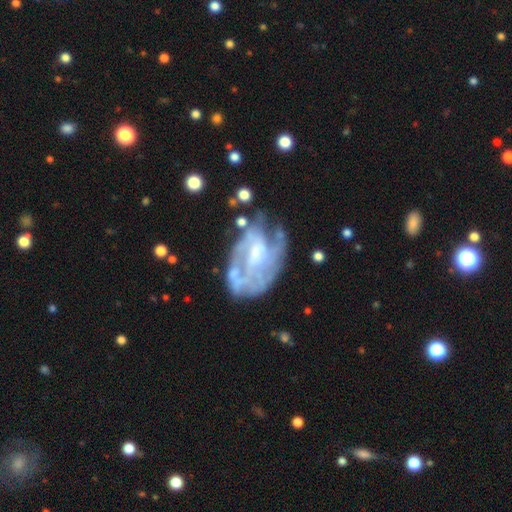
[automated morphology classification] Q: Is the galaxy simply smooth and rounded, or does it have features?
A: featured or disk — 77%.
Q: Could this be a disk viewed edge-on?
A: no — 97%.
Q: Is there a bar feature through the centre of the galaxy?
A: no — 52%.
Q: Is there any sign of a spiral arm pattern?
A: yes — 71%.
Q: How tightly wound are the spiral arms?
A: tight — 45%.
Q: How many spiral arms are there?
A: can't tell — 48%.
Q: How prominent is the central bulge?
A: small — 36%.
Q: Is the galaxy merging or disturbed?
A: none — 47%.